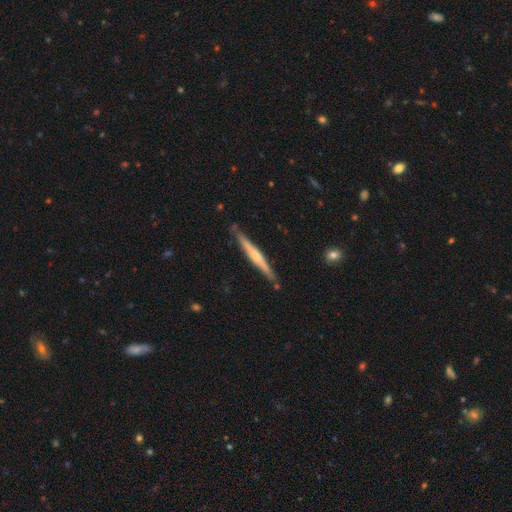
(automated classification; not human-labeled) Smooth or featured? Predicted: featured or disk (p=0.65). Edge-on disk? Predicted: yes (p=0.97). Edge-on bulge? Predicted: rounded (p=0.72). Merging? Predicted: none (p=0.84).